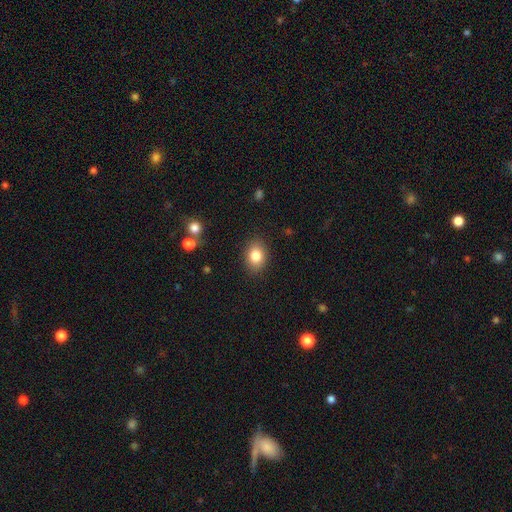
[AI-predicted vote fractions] Overall: smooth (83%). How rounded: in between (68%; round 31%). Merging: none (87%).